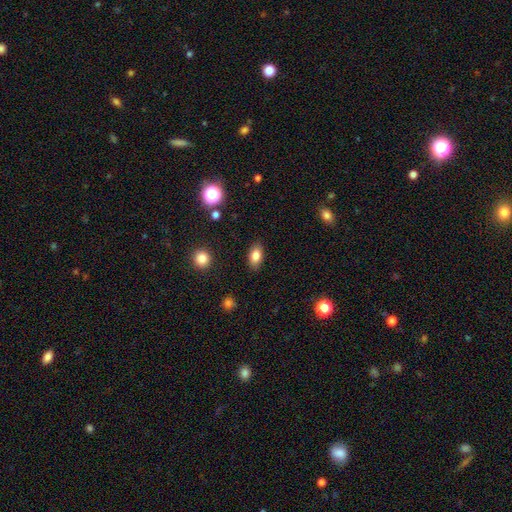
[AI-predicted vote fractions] Morphology: type=smooth (82%); roundness=in between (90%); merging=none (87%).